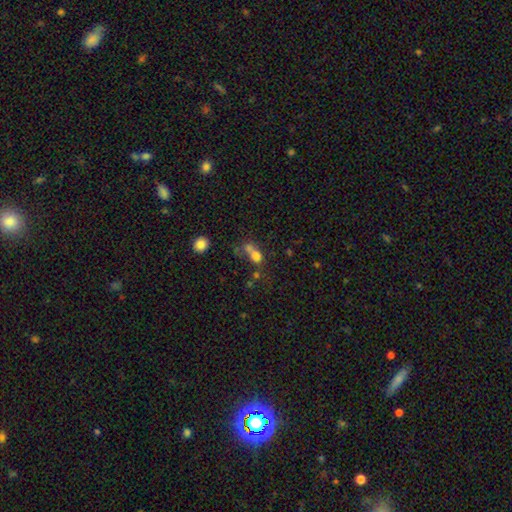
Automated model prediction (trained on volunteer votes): Smooth or featured: smooth — 70% (star or artifact — 15%)
How rounded: round — 51% (in between — 46%)
Merging: merger — 53% (none — 29%)